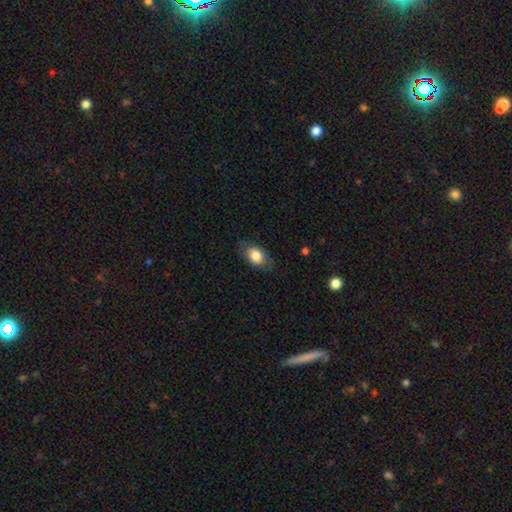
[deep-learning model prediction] Overall: smooth (77%). How rounded: in between (89%). Merging: none (79%).